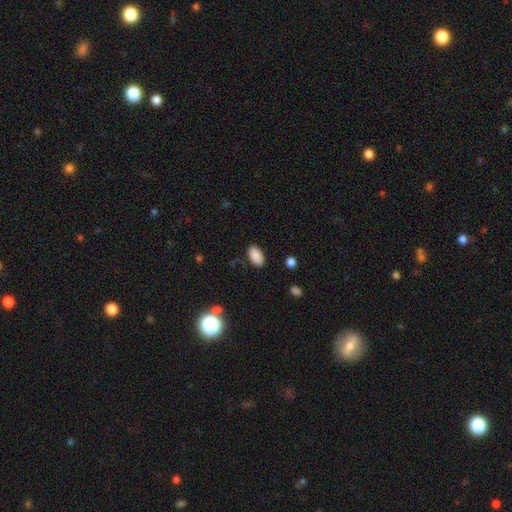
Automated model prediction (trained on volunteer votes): This is clearly a smooth galaxy (88%). How rounded: clearly in between (94%). Merging: clearly none (85%).